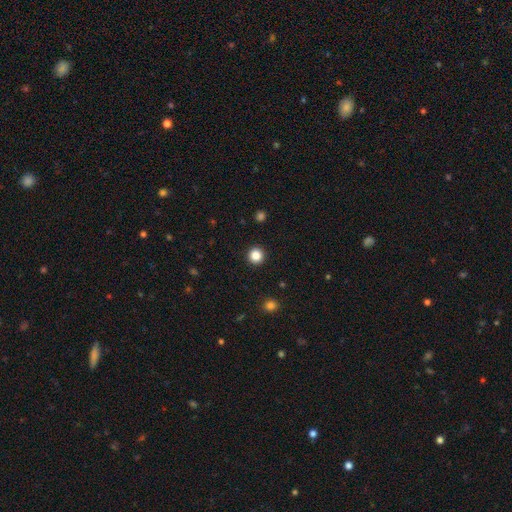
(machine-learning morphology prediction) Smooth or featured?
  - smooth: 85% *
  - star or artifact: 11%
  - featured or disk: 4%
How rounded?
  - round: 95% *
  - in between: 4%
  - cigar-shaped: 1%
Merging?
  - none: 93% *
  - minor disturbance: 4%
  - major disturbance: 2%
  - merger: 1%